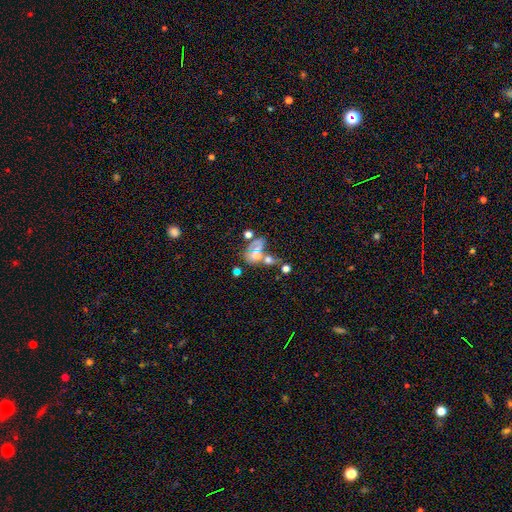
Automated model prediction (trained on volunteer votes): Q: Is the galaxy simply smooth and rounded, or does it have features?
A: smooth — 51%.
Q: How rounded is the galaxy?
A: in between — 72%.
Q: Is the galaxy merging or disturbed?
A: merger — 53%.